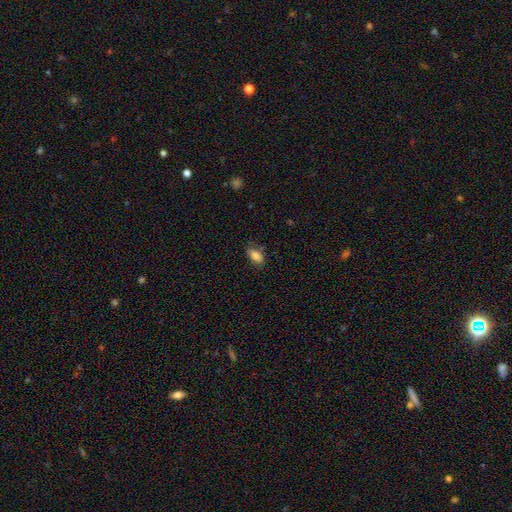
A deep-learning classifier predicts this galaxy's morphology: Smooth or featured? Predicted: smooth (p=0.81). How rounded? Predicted: in between (p=0.88). Merging? Predicted: none (p=0.68).